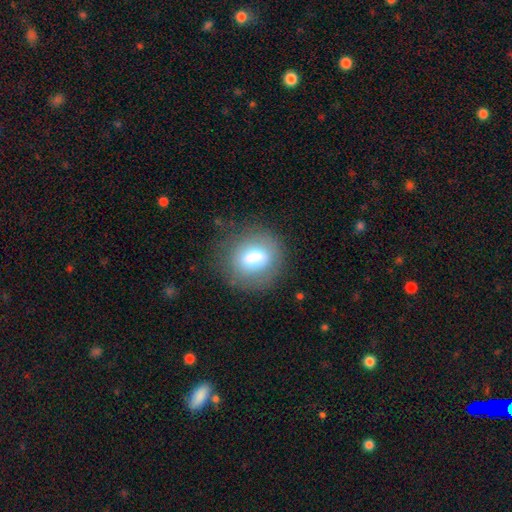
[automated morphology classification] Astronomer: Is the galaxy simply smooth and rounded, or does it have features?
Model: smooth — 72%.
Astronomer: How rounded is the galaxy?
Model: round — 63%.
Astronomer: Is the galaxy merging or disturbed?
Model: none — 74%.